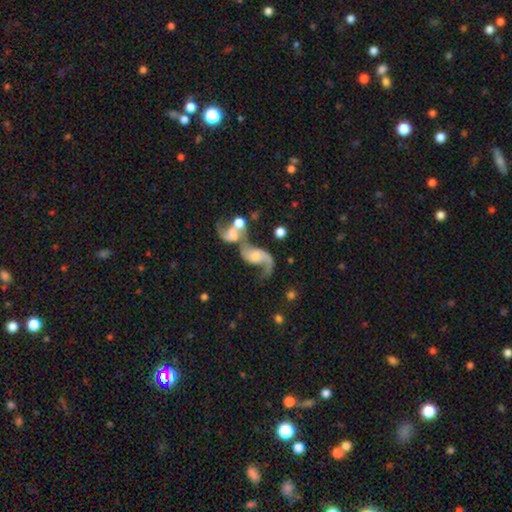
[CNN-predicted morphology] Smooth or featured?
  - featured or disk: 77% *
  - smooth: 14%
  - star or artifact: 9%
Edge-on disk?
  - no: 96% *
  - yes: 4%
Bar?
  - no: 60% *
  - weak: 30%
  - strong: 10%
Spiral arms?
  - yes: 91% *
  - no: 9%
Spiral winding?
  - loose: 75% *
  - medium: 20%
  - tight: 5%
Spiral arm count?
  - 2: 69% *
  - 1: 24%
  - can't tell: 4%
  - 3: 1%
  - 4: 1%
  - more than 4: 1%
Bulge size?
  - moderate: 39% *
  - small: 37%
  - none: 14%
  - large: 8%
  - dominant: 2%
Merging?
  - merger: 56% *
  - none: 18%
  - major disturbance: 17%
  - minor disturbance: 9%